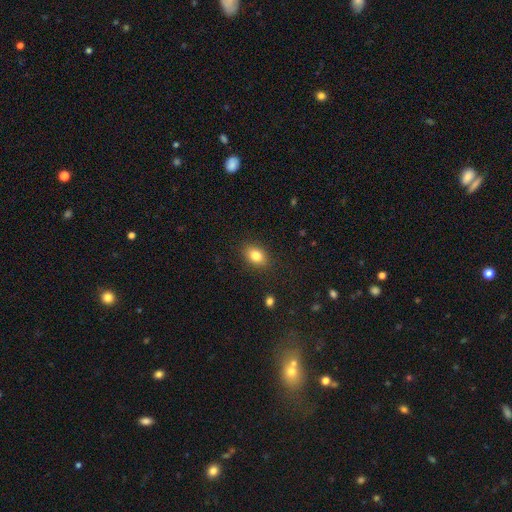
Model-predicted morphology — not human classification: Smooth or featured? smooth (83%)
How rounded? in between (77%)
Merging? none (87%)